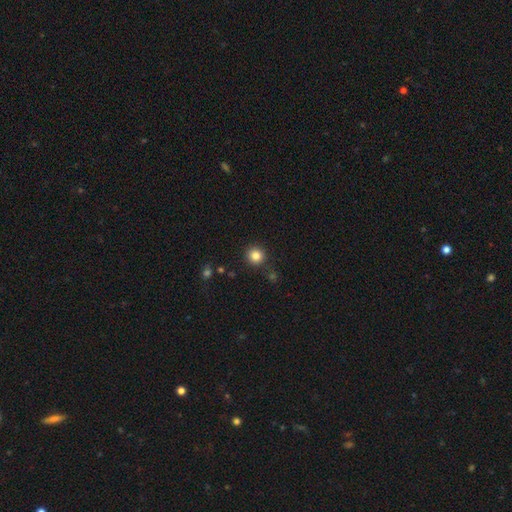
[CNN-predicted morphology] smooth-or-featured: smooth: 83% | star or artifact: 12% | featured or disk: 5%
  how-rounded: round: 94% | in between: 5% | cigar-shaped: 1%
  merging: none: 89% | minor disturbance: 7% | merger: 3% | major disturbance: 2%